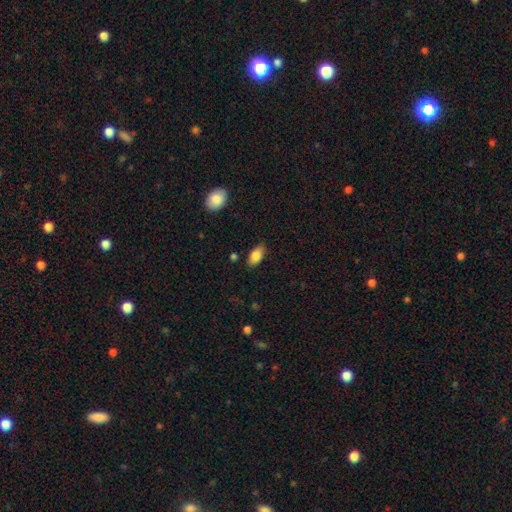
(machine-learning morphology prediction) Overall: smooth (84%). How rounded: in between (91%). Merging: none (82%).